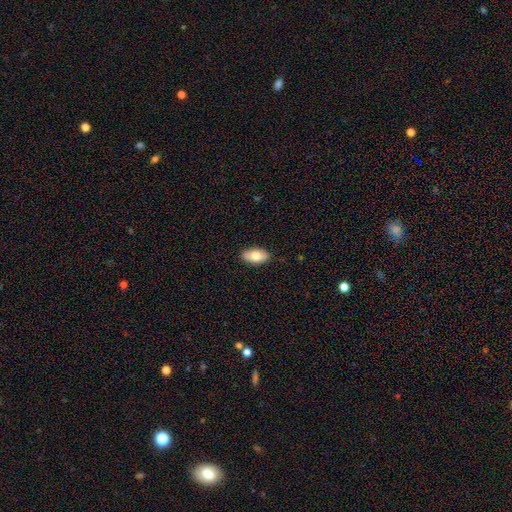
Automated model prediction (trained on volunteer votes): Smooth or featured? Predicted: smooth (p=0.75). How rounded? Predicted: in between (p=0.93). Merging? Predicted: none (p=0.88).